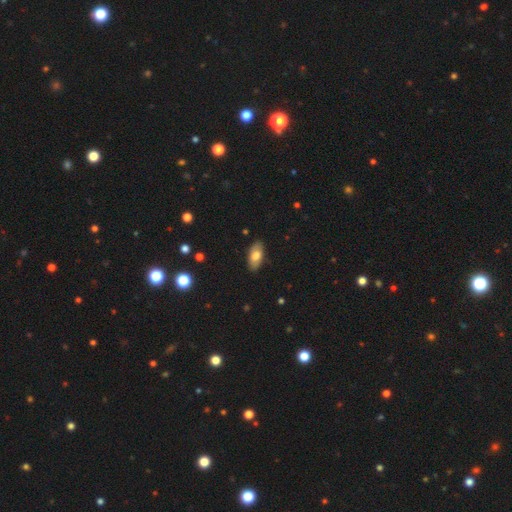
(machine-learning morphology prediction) smooth_or_featured: smooth (p=0.73) [alt: featured or disk p=0.21]
how_rounded: in between (p=0.90) [alt: cigar-shaped p=0.07]
merging: none (p=0.85) [alt: minor disturbance p=0.12]